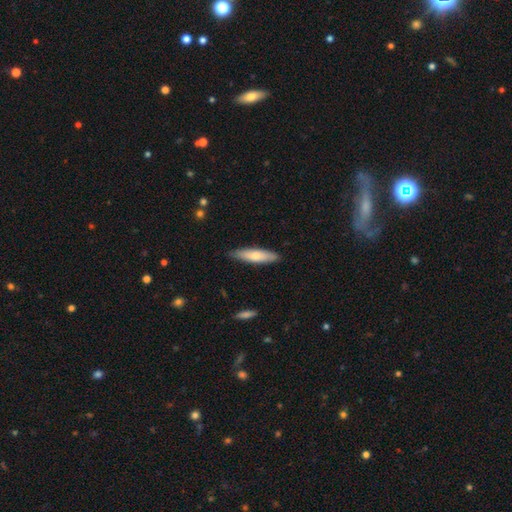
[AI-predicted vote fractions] A smooth galaxy with no disk features (68%) that is cigar-shaped (72%). Merging: none (86%).